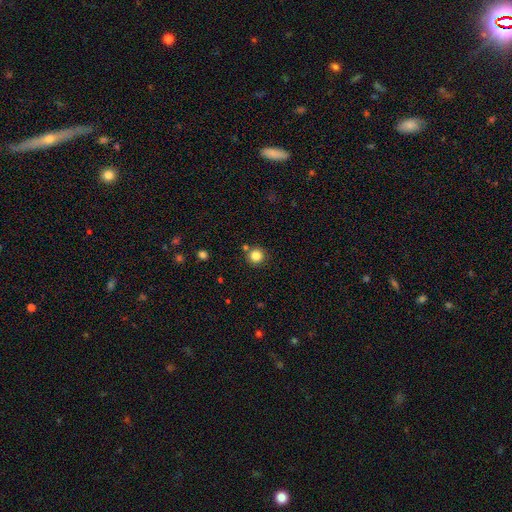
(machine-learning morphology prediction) Overall: smooth (83%). How rounded: round (94%). Merging: none (84%).